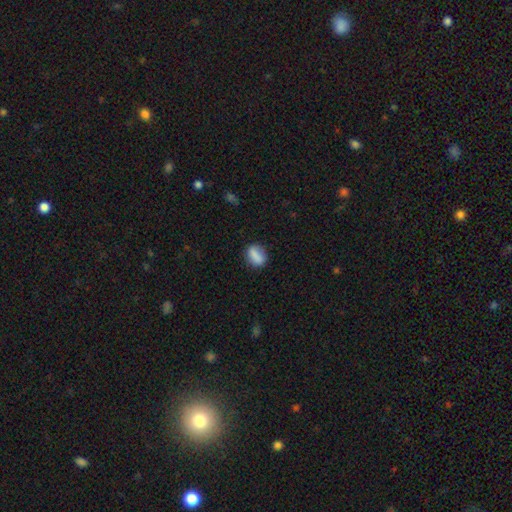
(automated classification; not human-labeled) A smooth galaxy with no disk features (83%) that is in between round and cigar-shaped (68%).

Vote fractions:
- Smooth or featured? smooth: 83% / featured or disk: 9% / star or artifact: 8%
- How rounded? in between: 68% / round: 27% / cigar-shaped: 5%
- Merging? none: 78% / minor disturbance: 15% / major disturbance: 4% / merger: 2%